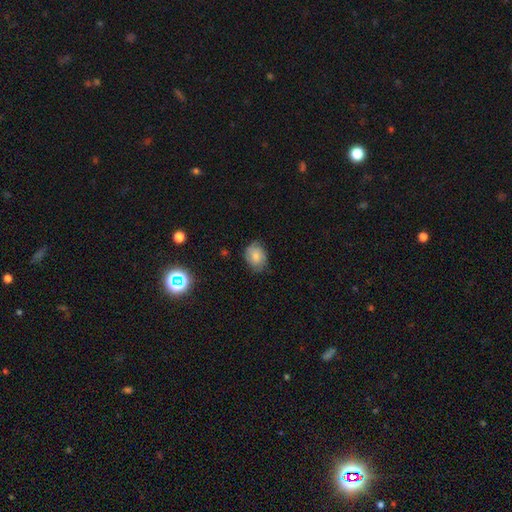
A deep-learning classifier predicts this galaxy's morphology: This is likely a smooth galaxy (74%). How rounded: possibly in between (58%). Merging: likely none (66%).